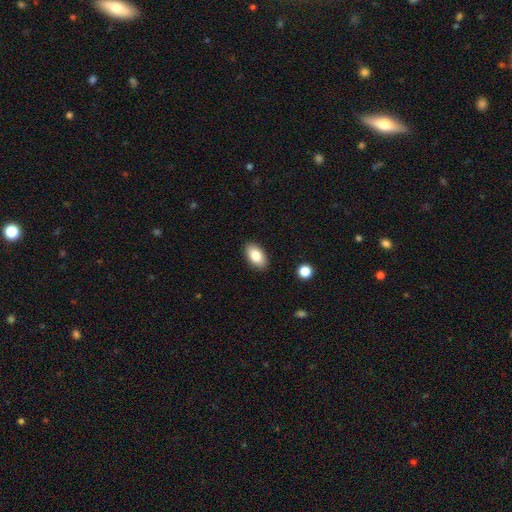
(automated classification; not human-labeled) This appears to be a smooth galaxy with no disk features (84%) that is in between round and cigar-shaped (94%). Merging: none (88%).